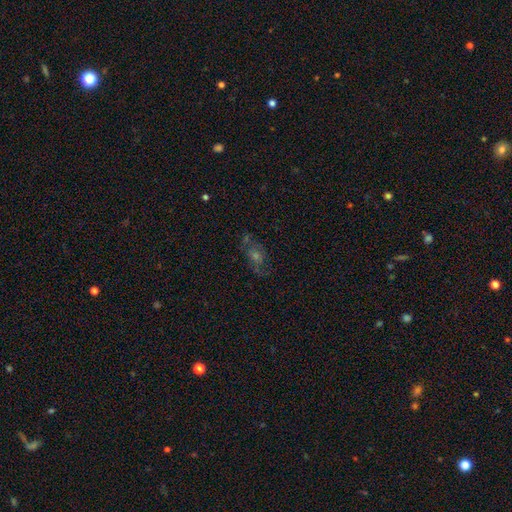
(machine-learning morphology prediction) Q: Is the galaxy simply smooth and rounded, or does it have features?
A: featured or disk — 52%.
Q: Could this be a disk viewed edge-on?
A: no — 91%.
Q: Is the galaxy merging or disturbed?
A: none — 67%.